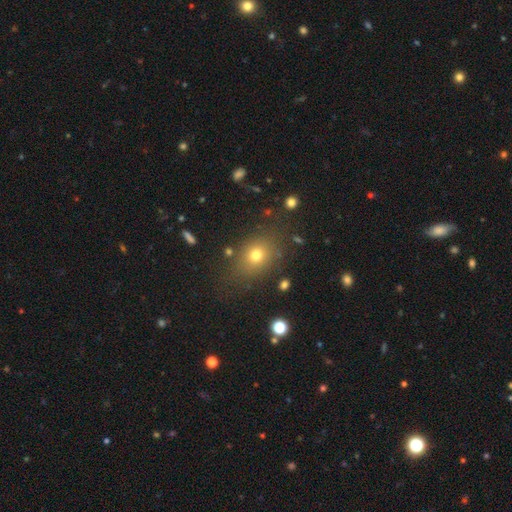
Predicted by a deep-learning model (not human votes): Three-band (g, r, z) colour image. It shows a smooth galaxy with no disk features (71%) that is in between round and cigar-shaped (50%). Merging: none (77%).